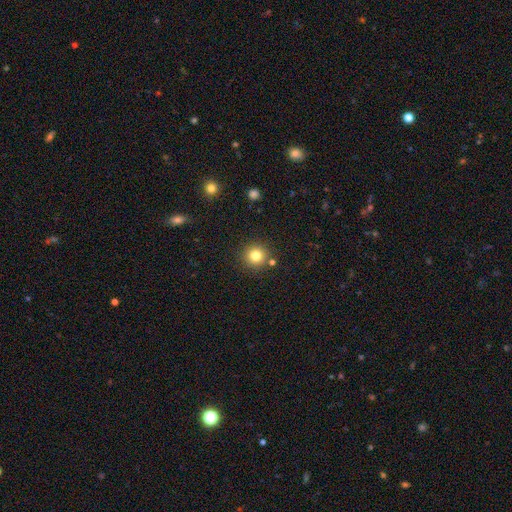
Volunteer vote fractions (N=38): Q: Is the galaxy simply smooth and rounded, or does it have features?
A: smooth — 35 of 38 (92%).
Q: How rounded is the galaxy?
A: round — 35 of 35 (100%).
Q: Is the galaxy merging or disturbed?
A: none — 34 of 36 (94%).